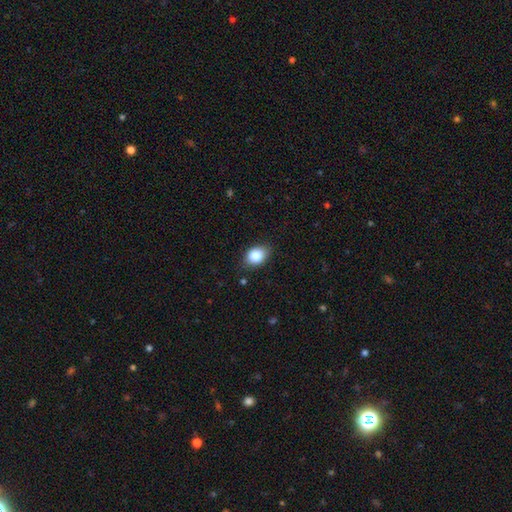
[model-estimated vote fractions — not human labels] The model was most divided on "how rounded": in between: 71%, round: 27%, cigar-shaped: 1%. More confident: smooth or featured — smooth (85%); merging — none (83%).